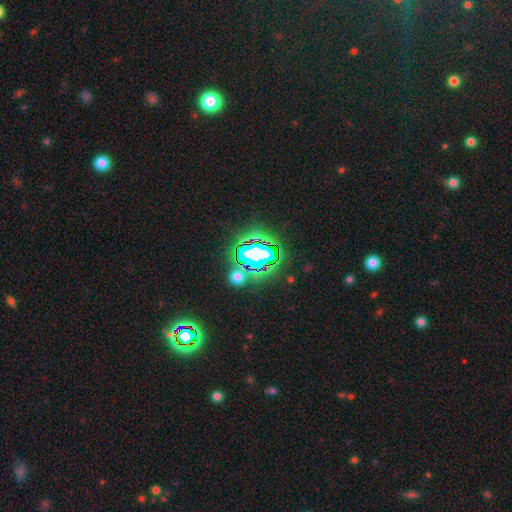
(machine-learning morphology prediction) smooth_or_featured: star or artifact (p=0.70) [alt: smooth p=0.17]